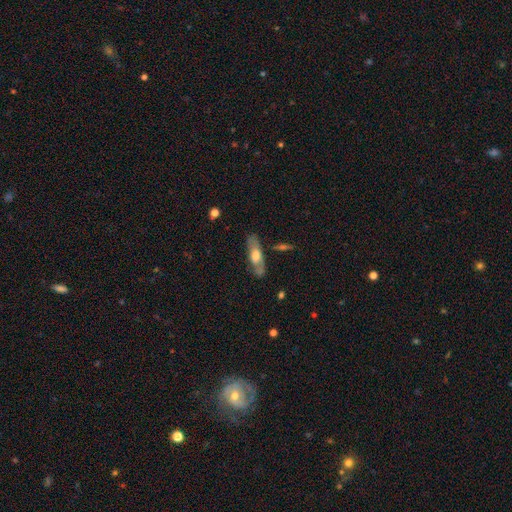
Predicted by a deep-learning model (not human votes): Smooth or featured? Predicted: featured or disk (p=0.52). Edge-on disk? Predicted: no (p=0.64). Merging? Predicted: none (p=0.70).